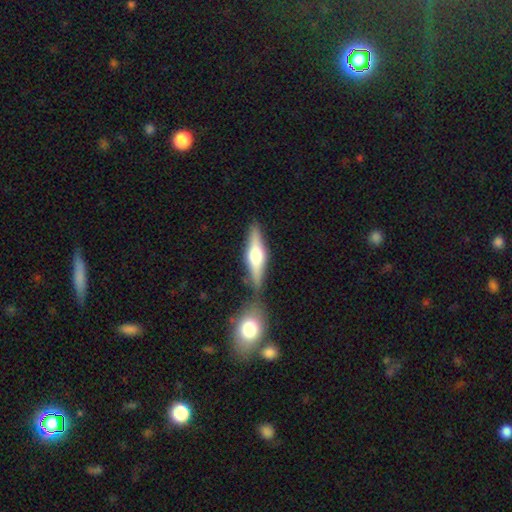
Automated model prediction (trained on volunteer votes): Smooth or featured? Predicted: featured or disk (p=0.58). Edge-on disk? Predicted: yes (p=0.93). Edge-on bulge? Predicted: rounded (p=0.90). Merging? Predicted: none (p=0.71).